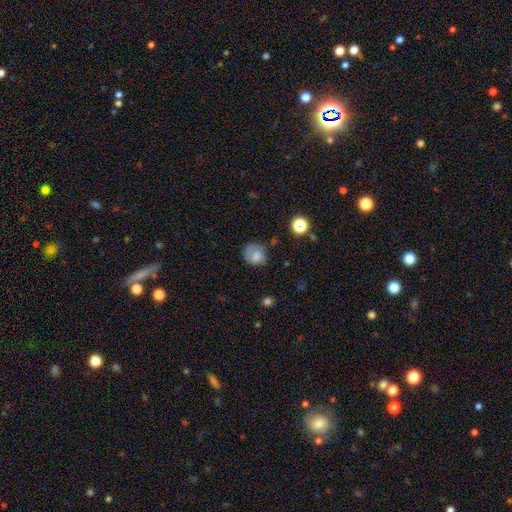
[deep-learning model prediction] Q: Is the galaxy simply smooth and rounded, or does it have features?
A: smooth — 68%.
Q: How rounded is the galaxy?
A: round — 69%.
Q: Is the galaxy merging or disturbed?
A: none — 54%.